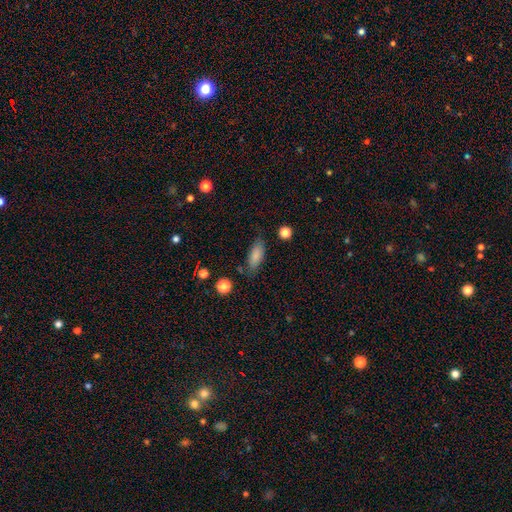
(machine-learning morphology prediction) The model was most divided on "how rounded": in between: 78%, cigar-shaped: 20%, round: 3%. More confident: smooth or featured — smooth (84%); merging — none (77%).